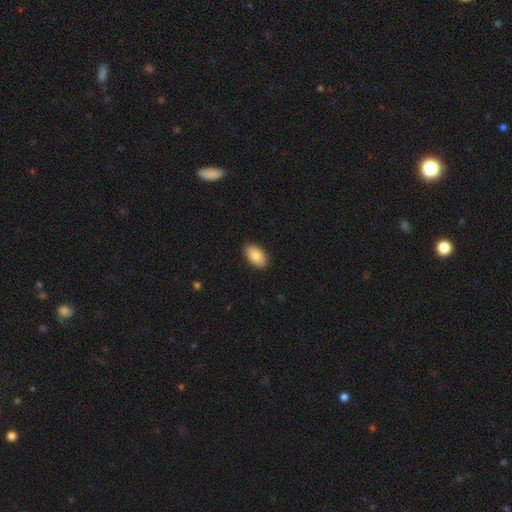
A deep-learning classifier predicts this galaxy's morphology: Smooth or featured: smooth — 86% (featured or disk — 8%)
How rounded: in between — 94% (round — 5%)
Merging: none — 90% (minor disturbance — 8%)